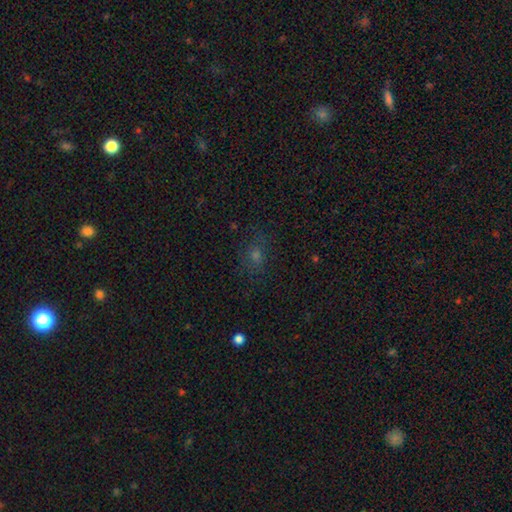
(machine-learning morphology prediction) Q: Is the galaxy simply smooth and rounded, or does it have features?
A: smooth — 51%.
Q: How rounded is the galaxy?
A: round — 52%.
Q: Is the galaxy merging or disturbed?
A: none — 78%.